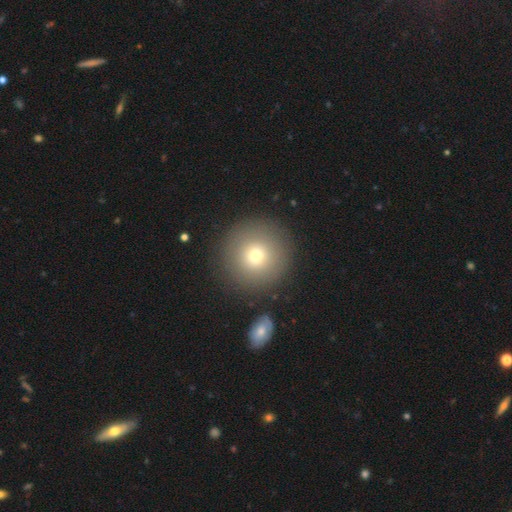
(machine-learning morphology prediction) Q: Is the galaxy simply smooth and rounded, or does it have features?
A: smooth — 73%.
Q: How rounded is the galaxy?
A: round — 95%.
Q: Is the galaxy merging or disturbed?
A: none — 87%.